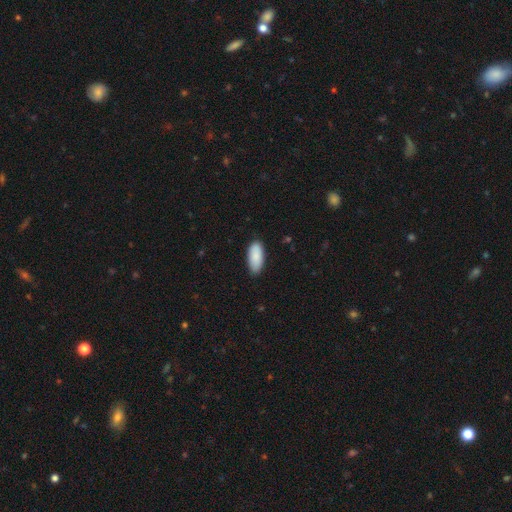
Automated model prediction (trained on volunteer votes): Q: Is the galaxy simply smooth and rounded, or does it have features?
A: smooth — 89%.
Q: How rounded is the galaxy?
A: in between — 88%.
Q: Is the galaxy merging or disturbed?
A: none — 85%.